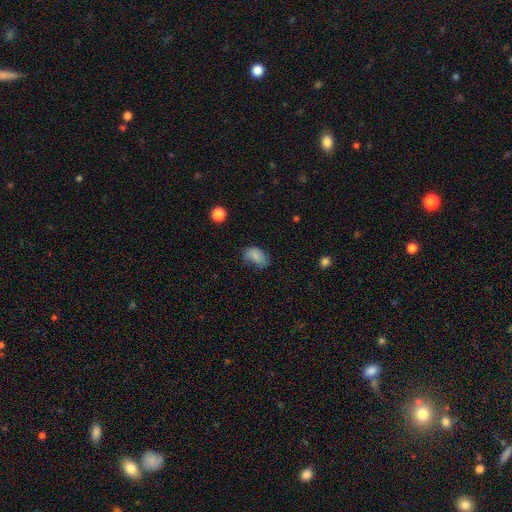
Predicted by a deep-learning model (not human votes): smooth-or-featured: smooth: 80% | featured or disk: 11% | star or artifact: 9%
  how-rounded: in between: 87% | round: 11% | cigar-shaped: 1%
  merging: none: 55% | minor disturbance: 32% | major disturbance: 11% | merger: 2%